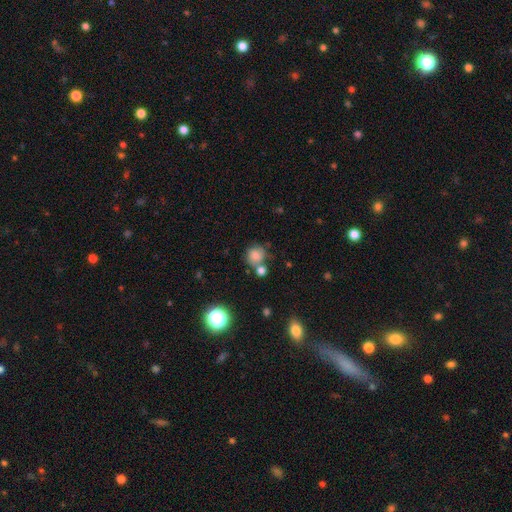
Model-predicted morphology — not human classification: type=smooth (78%); roundness=round (81%); merging=none (52%).